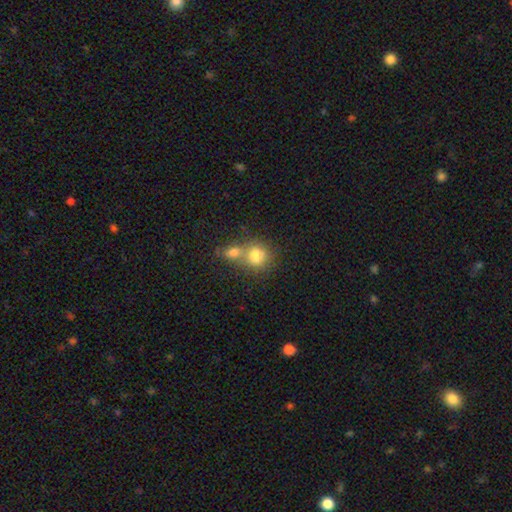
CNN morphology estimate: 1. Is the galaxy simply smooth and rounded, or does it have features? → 77% smooth, 12% featured or disk, 11% star or artifact.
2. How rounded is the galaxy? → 75% round, 24% in between, 1% cigar-shaped.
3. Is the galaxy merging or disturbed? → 51% merger, 36% none, 9% minor disturbance, 4% major disturbance.